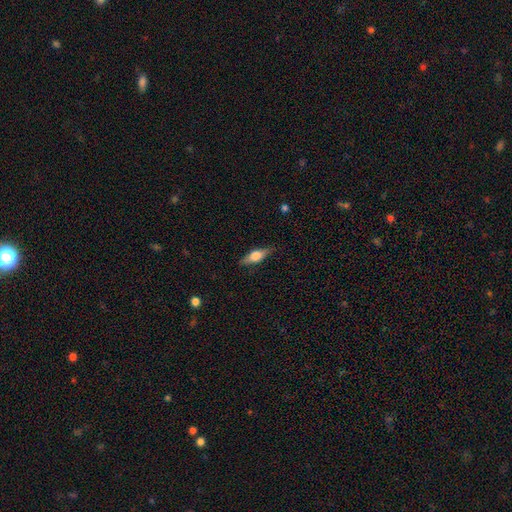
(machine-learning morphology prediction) Overall: smooth (48%; featured or disk 45%). Merging: none (84%).